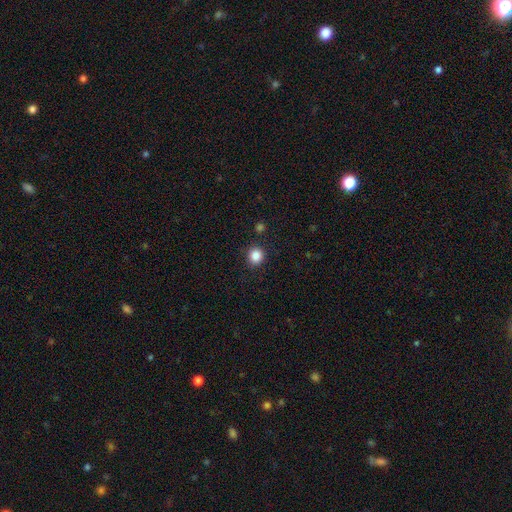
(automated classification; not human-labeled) smooth_or_featured: smooth (p=0.85) [alt: star or artifact p=0.11]
how_rounded: round (p=0.88) [alt: in between p=0.11]
merging: none (p=0.88) [alt: minor disturbance p=0.07]